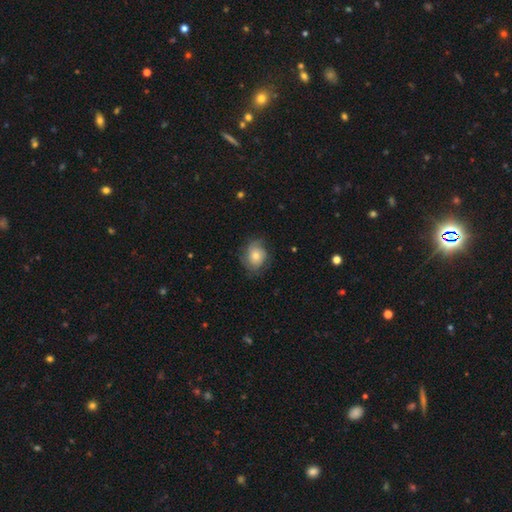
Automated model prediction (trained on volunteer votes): Q: Smooth or featured?
A: smooth (60%); runner-up: featured or disk (32%)
Q: How rounded?
A: round (58%); runner-up: in between (41%)
Q: Merging?
A: none (69%); runner-up: minor disturbance (22%)